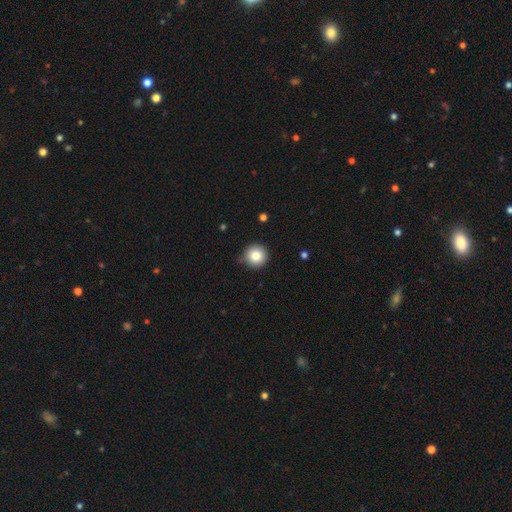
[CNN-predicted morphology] The model was most divided on "merging": none: 82%, minor disturbance: 14%, major disturbance: 2%, merger: 2%. More confident: how rounded — round (96%); smooth or featured — smooth (83%).